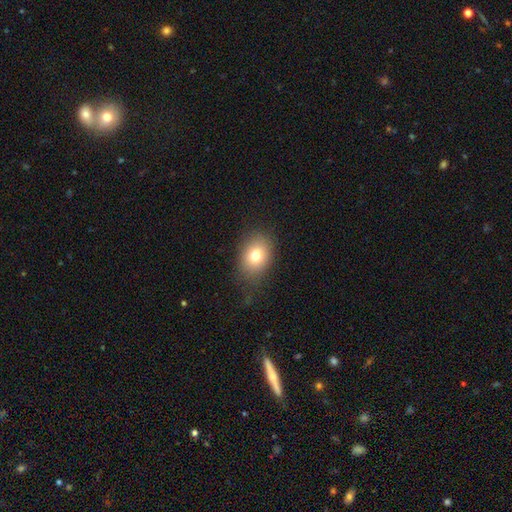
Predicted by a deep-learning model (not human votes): Q: Smooth or featured?
A: smooth (77%); runner-up: featured or disk (12%)
Q: How rounded?
A: in between (65%); runner-up: round (34%)
Q: Merging?
A: none (77%); runner-up: minor disturbance (16%)